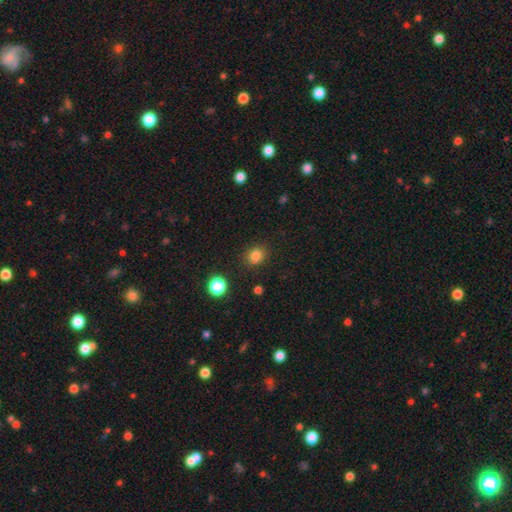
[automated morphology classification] A smooth galaxy with no disk features (81%) that is round (70%). Merging: none (82%).